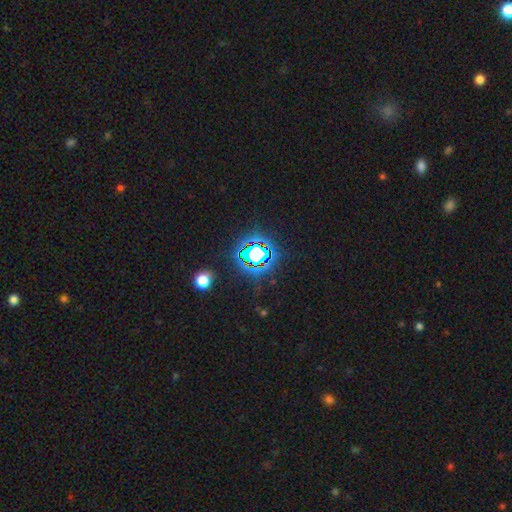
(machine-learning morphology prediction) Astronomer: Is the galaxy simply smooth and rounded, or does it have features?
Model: star or artifact — 72%.